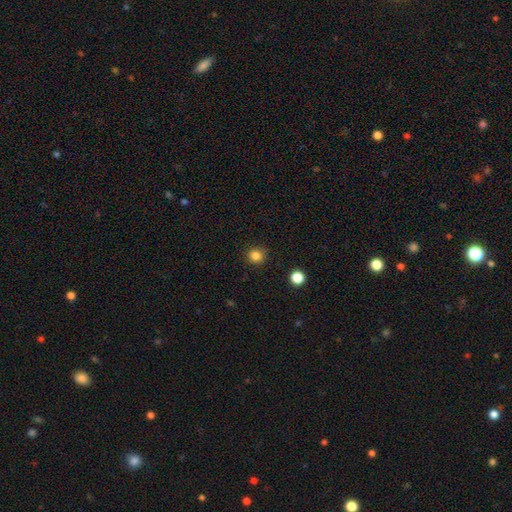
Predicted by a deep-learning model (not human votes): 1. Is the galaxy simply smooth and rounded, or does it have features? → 84% smooth, 13% star or artifact, 4% featured or disk.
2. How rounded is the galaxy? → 90% round, 9% in between, 1% cigar-shaped.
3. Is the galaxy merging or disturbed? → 90% none, 7% minor disturbance, 2% major disturbance, 1% merger.